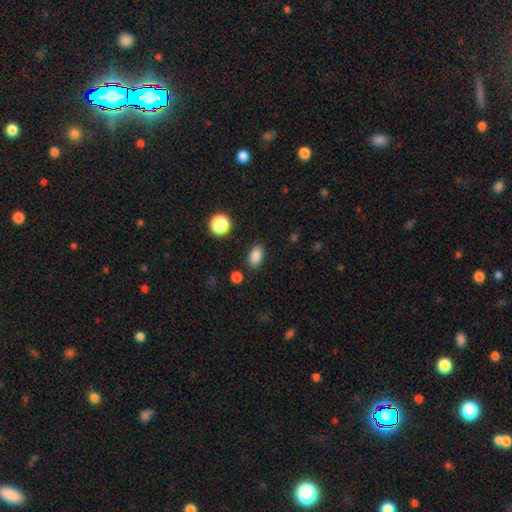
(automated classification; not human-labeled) The model was most divided on "merging": none: 85%, minor disturbance: 9%, major disturbance: 3%, merger: 3%. More confident: how rounded — in between (88%); smooth or featured — smooth (86%).